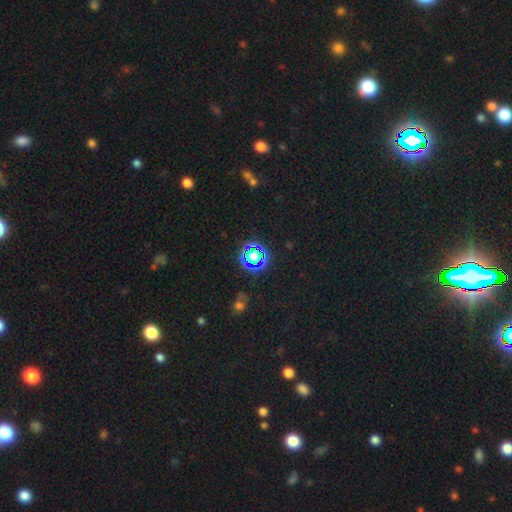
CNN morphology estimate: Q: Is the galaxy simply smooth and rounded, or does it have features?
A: star or artifact — 65%.